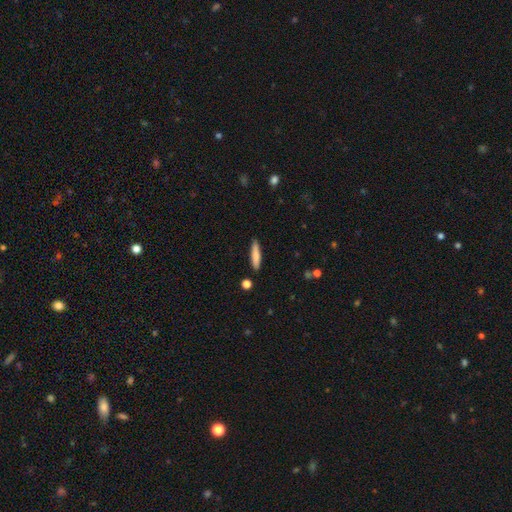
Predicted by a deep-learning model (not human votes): Morphology: type=smooth (77%); roundness=cigar-shaped (86%); merging=none (88%).